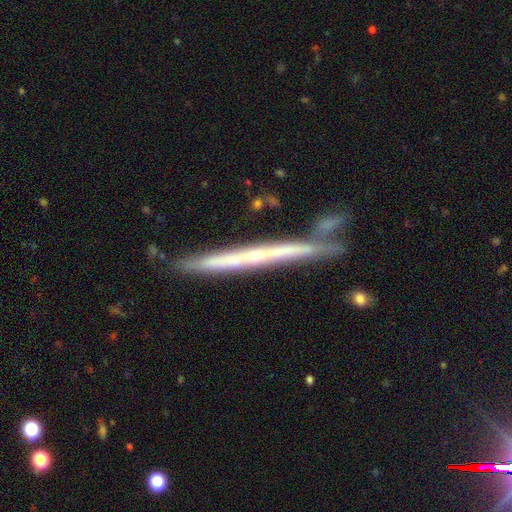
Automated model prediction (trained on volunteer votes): Smooth or featured: featured or disk — 73% (smooth — 20%)
Edge-on disk: yes — 94% (no — 6%)
Edge-on bulge: none — 64% (rounded — 32%)
Merging: none — 70% (minor disturbance — 15%)